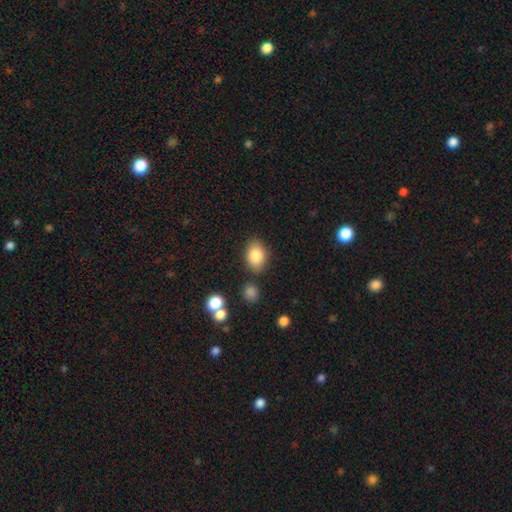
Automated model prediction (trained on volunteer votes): Overall: smooth (83%). How rounded: in between (75%). Merging: none (80%).